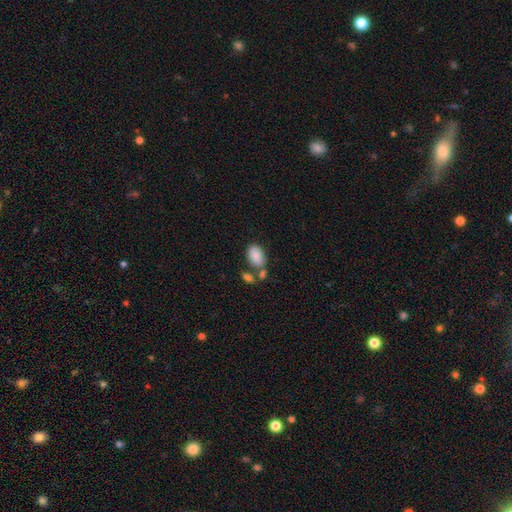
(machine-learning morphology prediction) smooth 86%, featured or disk 7%, star or artifact 7%. Down the decision tree: how rounded — in between (90%); merging — none (56%).